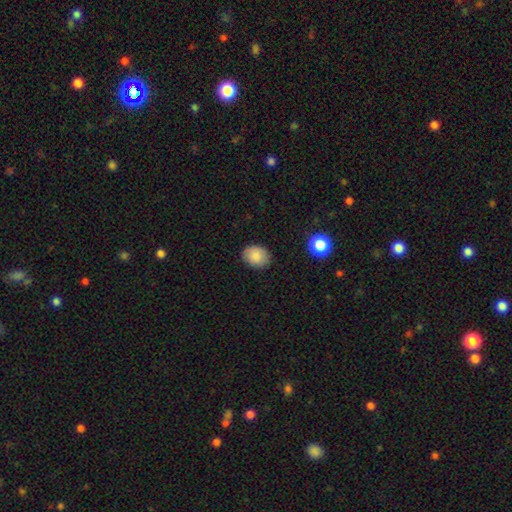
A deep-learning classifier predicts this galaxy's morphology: type=smooth (85%); roundness=in between (51%); merging=none (83%).